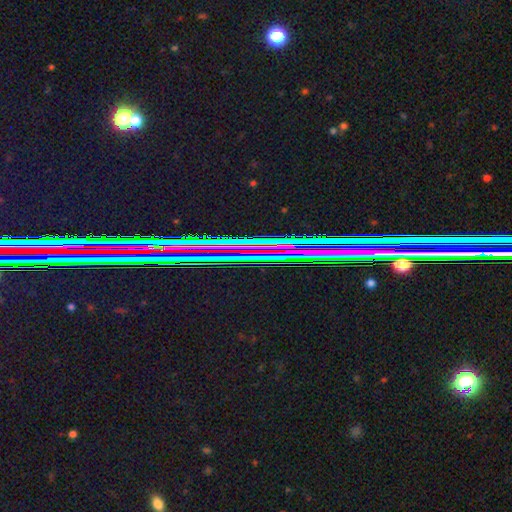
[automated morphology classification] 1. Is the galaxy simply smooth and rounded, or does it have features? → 80% star or artifact, 11% featured or disk, 9% smooth.